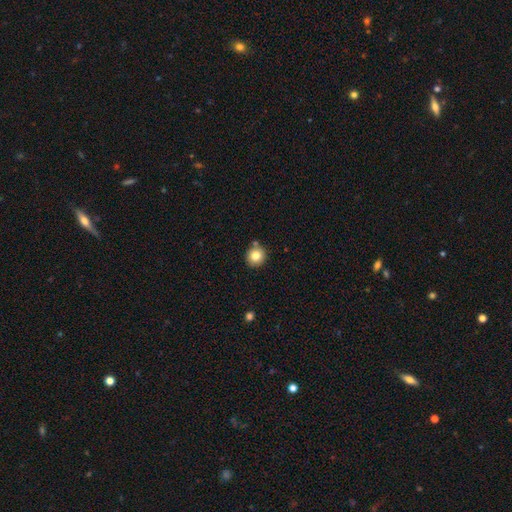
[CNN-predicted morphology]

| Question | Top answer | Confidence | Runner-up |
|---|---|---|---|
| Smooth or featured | smooth | 81% | star or artifact (10%) |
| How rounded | round | 92% | in between (8%) |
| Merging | none | 81% | minor disturbance (9%) |